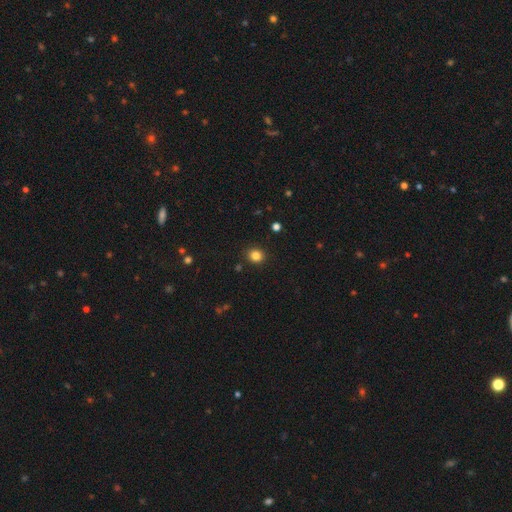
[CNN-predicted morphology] smooth-or-featured: smooth: 83% | star or artifact: 12% | featured or disk: 4%
  how-rounded: round: 80% | in between: 19% | cigar-shaped: 1%
  merging: none: 90% | minor disturbance: 6% | major disturbance: 2% | merger: 1%